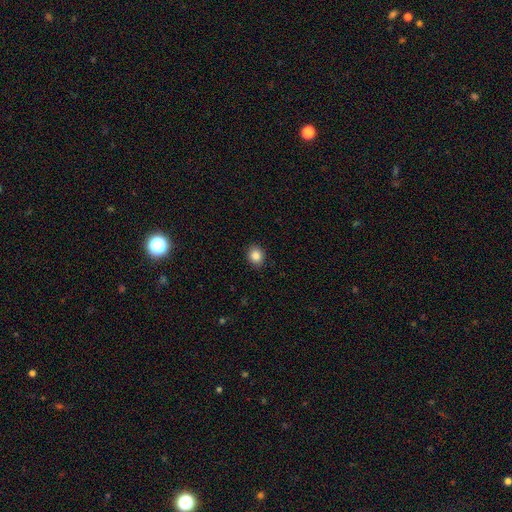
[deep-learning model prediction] A smooth galaxy with no disk features (86%) that is round (63%).

Vote fractions:
- Smooth or featured? smooth: 86% / star or artifact: 9% / featured or disk: 4%
- How rounded? round: 63% / in between: 36% / cigar-shaped: 1%
- Merging? none: 90% / minor disturbance: 7% / major disturbance: 2% / merger: 1%